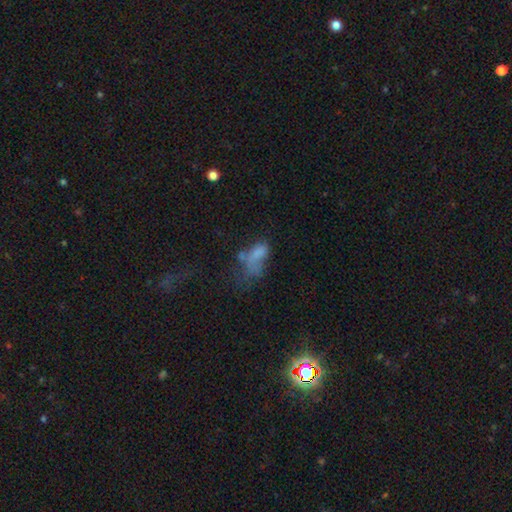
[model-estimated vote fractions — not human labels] This appears to be a smooth galaxy with no disk features (53%) that is in between round and cigar-shaped (85%). Merging: major disturbance (44%).